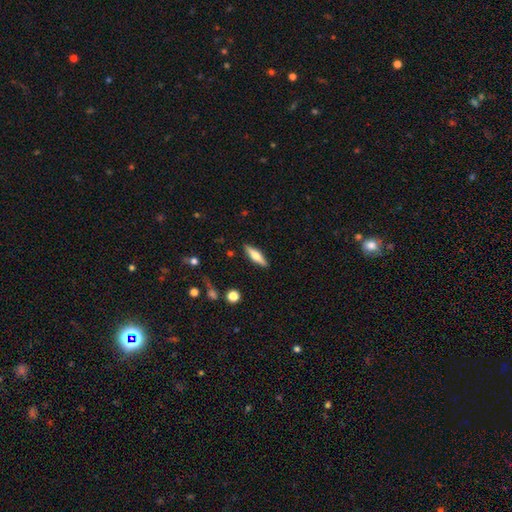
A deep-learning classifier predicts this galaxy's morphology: A smooth galaxy with no disk features (51%) that is cigar-shaped (68%).

Vote fractions:
- Smooth or featured? smooth: 51% / featured or disk: 43% / star or artifact: 6%
- How rounded? cigar-shaped: 68% / in between: 30% / round: 2%
- Merging? none: 89% / minor disturbance: 8% / major disturbance: 2% / merger: 1%